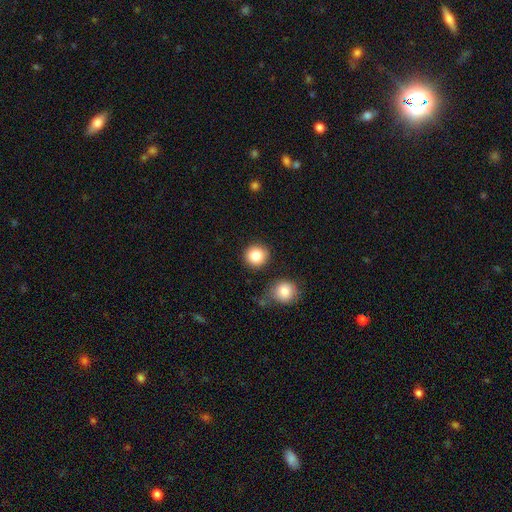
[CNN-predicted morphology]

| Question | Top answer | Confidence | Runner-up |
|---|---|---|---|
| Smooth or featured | smooth | 85% | star or artifact (9%) |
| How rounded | round | 94% | in between (5%) |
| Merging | none | 85% | minor disturbance (7%) |